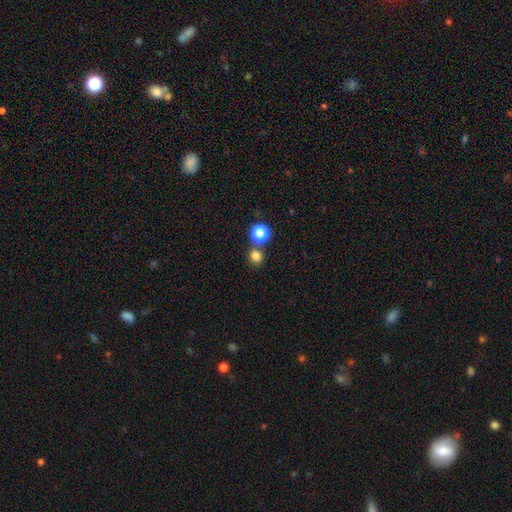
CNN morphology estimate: The model was most divided on "merging": none: 72%, merger: 19%, minor disturbance: 7%, major disturbance: 3%. More confident: how rounded — round (89%); smooth or featured — smooth (79%).